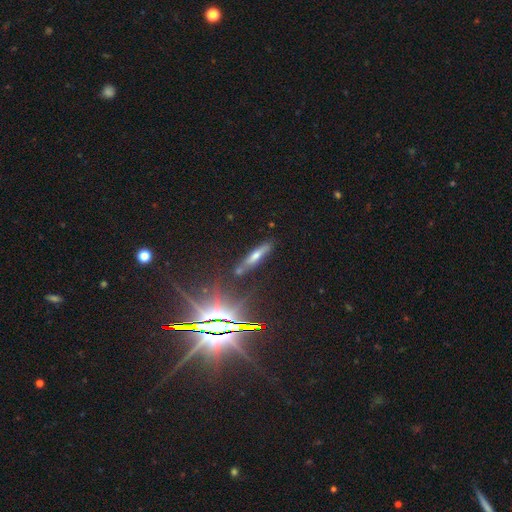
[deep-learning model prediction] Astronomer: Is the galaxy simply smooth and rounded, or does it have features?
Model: smooth — 43% (runner-up: featured or disk, 32%).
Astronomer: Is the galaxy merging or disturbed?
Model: none — 78%.